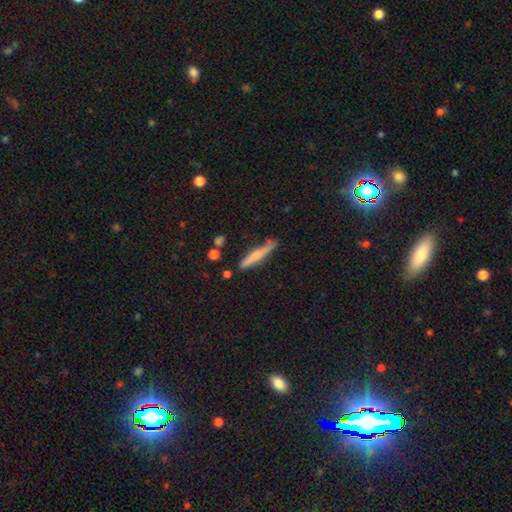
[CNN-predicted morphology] smooth-or-featured: smooth: 54% | featured or disk: 39% | star or artifact: 7%
  how-rounded: cigar-shaped: 92% | in between: 6% | round: 2%
  merging: none: 76% | minor disturbance: 16% | merger: 4% | major disturbance: 3%